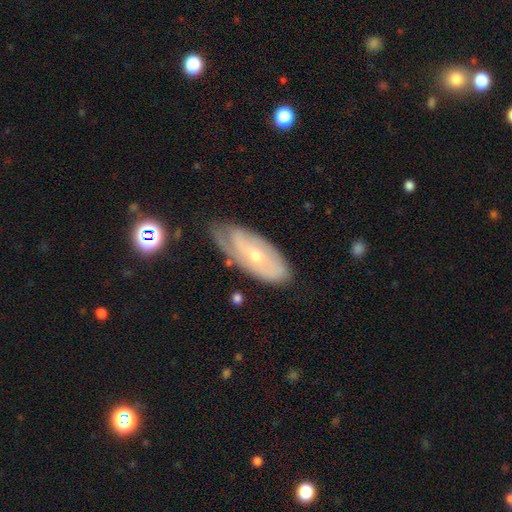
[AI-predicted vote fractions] Smooth or featured: featured or disk — 67% (smooth — 26%)
Edge-on disk: no — 88% (yes — 12%)
Bar: no — 62% (weak — 30%)
Spiral arms: yes — 83% (no — 17%)
Bulge size: small — 59% (moderate — 37%)
Merging: none — 61% (minor disturbance — 28%)